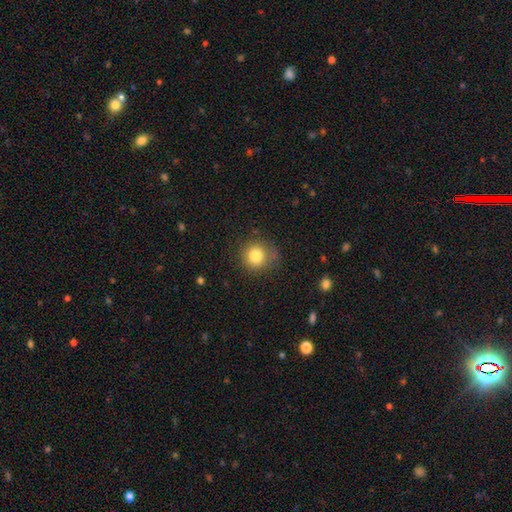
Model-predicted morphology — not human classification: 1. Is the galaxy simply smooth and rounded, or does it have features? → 82% smooth, 11% star or artifact, 7% featured or disk.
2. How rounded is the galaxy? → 90% round, 9% in between, 1% cigar-shaped.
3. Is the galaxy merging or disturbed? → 76% none, 16% minor disturbance, 6% major disturbance, 3% merger.